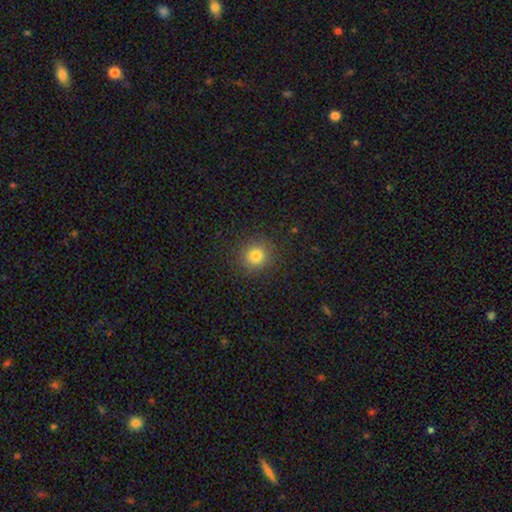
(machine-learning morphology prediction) smooth-or-featured: smooth: 80% | star or artifact: 13% | featured or disk: 6%
  how-rounded: round: 89% | in between: 10% | cigar-shaped: 1%
  merging: none: 88% | minor disturbance: 7% | major disturbance: 3% | merger: 1%